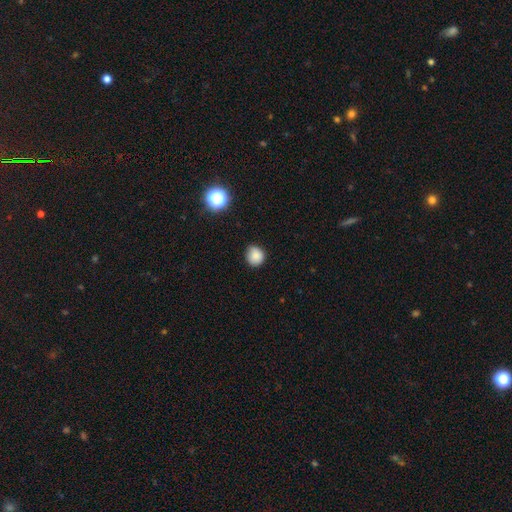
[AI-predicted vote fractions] The model was most divided on "merging": none: 78%, minor disturbance: 18%, major disturbance: 3%, merger: 1%. More confident: how rounded — round (85%); smooth or featured — smooth (84%).